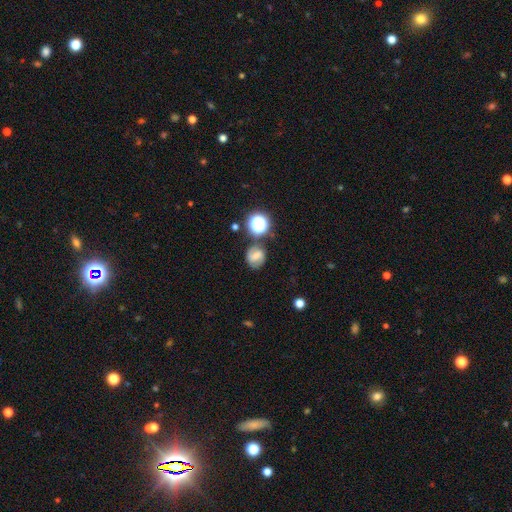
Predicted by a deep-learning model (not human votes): smooth 53%, featured or disk 31%, star or artifact 16%. Down the decision tree: how rounded — round (69%); merging — none (69%).